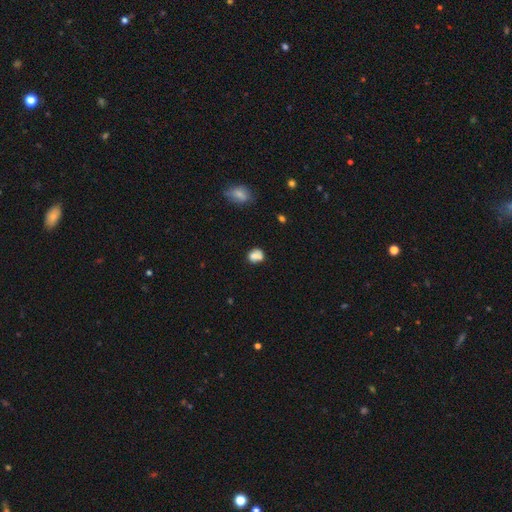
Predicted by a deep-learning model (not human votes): Q: Smooth or featured?
A: smooth (75%); runner-up: featured or disk (14%)
Q: How rounded?
A: round (57%); runner-up: in between (42%)
Q: Merging?
A: none (46%); runner-up: merger (26%)